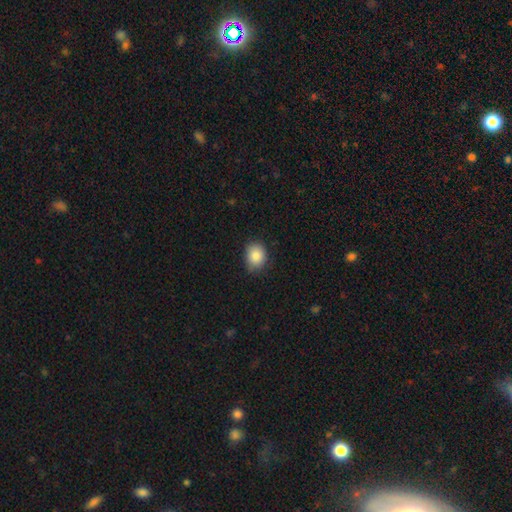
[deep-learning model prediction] Smooth or featured? smooth (86%)
How rounded? round (53%)
Merging? none (80%)